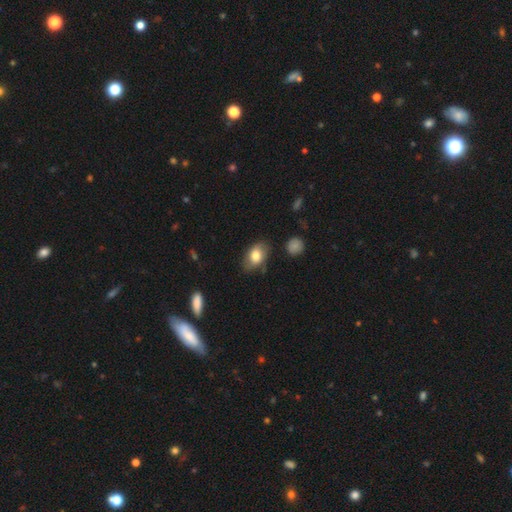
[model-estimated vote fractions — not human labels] smooth_or_featured: smooth (p=0.78) [alt: featured or disk p=0.14]
how_rounded: in between (p=0.85) [alt: round p=0.13]
merging: none (p=0.75) [alt: minor disturbance p=0.19]